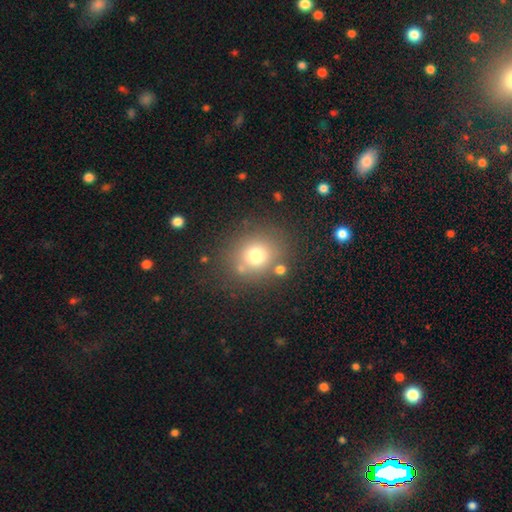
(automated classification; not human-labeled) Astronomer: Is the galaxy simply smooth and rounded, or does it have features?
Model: smooth — 72%.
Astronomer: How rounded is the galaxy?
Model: round — 76%.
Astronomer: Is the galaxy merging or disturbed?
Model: none — 75%.